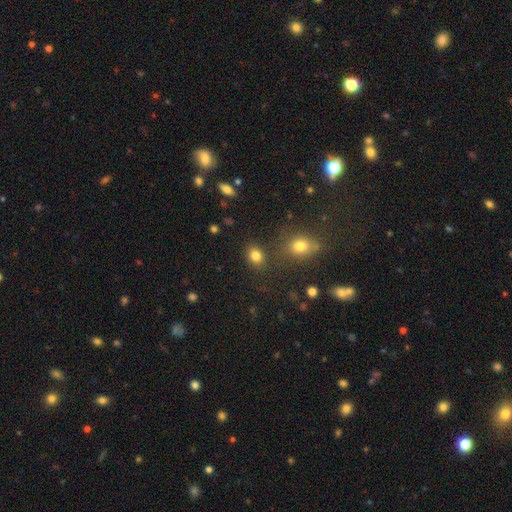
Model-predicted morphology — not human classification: smooth_or_featured: smooth (p=0.82) [alt: star or artifact p=0.12]
how_rounded: round (p=0.51) [alt: in between p=0.48]
merging: none (p=0.77) [alt: minor disturbance p=0.11]